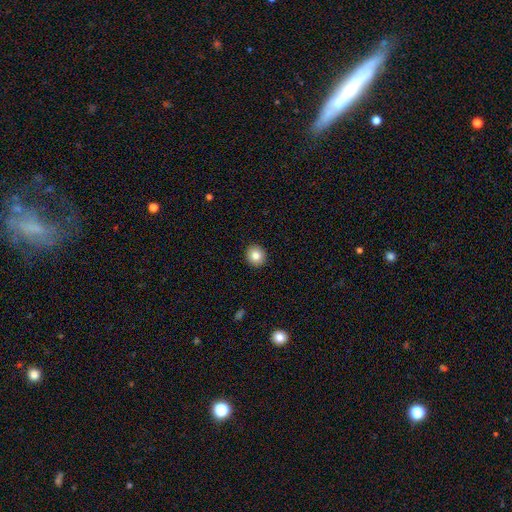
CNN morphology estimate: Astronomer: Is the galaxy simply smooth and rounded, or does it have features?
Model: smooth — 83%.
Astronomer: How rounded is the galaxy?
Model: round — 86%.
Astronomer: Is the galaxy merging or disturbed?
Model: none — 92%.